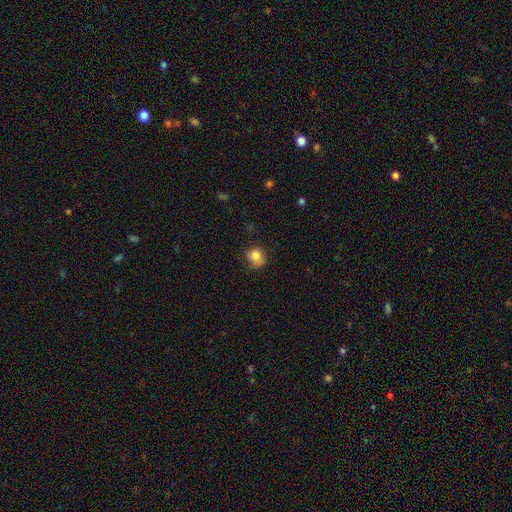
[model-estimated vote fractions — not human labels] A smooth galaxy with no disk features (80%) that is round (70%). Merging: none (53%).